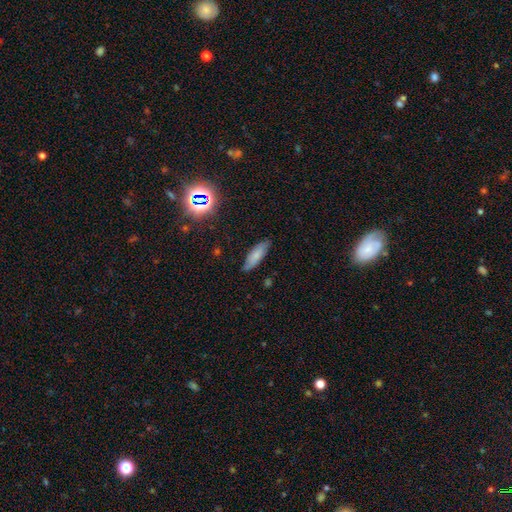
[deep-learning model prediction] Q: Smooth or featured?
A: smooth (76%); runner-up: featured or disk (15%)
Q: How rounded?
A: in between (55%); runner-up: cigar-shaped (43%)
Q: Merging?
A: none (81%); runner-up: minor disturbance (15%)